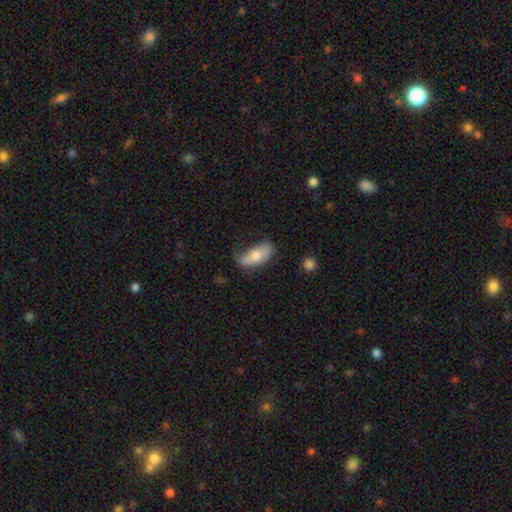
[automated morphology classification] Smooth or featured?
  - smooth: 66% *
  - featured or disk: 27%
  - star or artifact: 7%
How rounded?
  - in between: 85% *
  - cigar-shaped: 11%
  - round: 4%
Merging?
  - none: 44% *
  - minor disturbance: 35%
  - major disturbance: 17%
  - merger: 4%